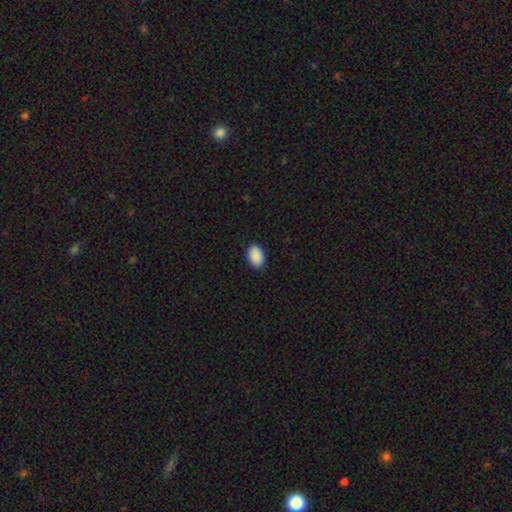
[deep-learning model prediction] The model was most divided on "how rounded": in between: 89%, round: 10%, cigar-shaped: 1%. More confident: smooth or featured — smooth (91%); merging — none (89%).